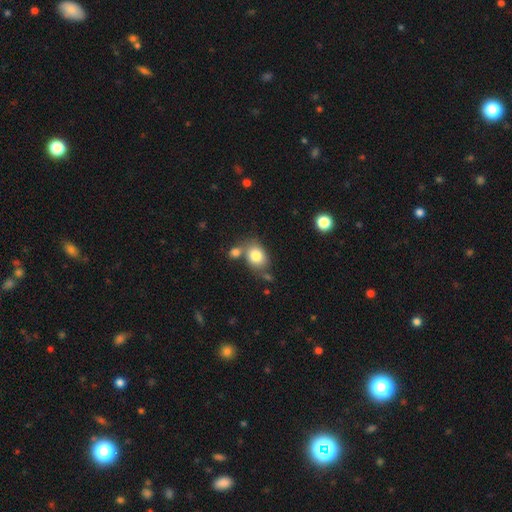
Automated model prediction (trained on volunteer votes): Morphology: type=smooth (81%); roundness=in between (56%); merging=none (54%).